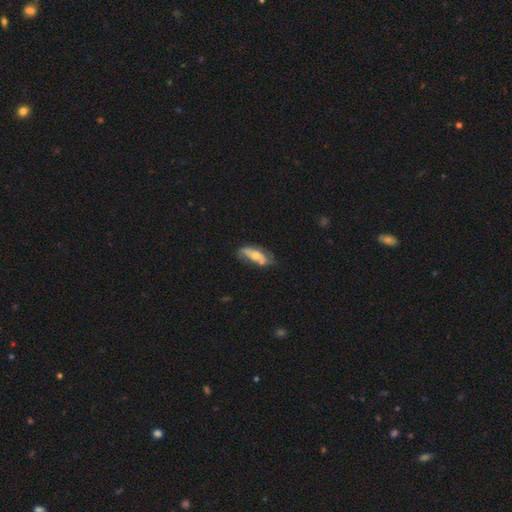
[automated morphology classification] smooth_or_featured: smooth (p=0.51) [alt: featured or disk p=0.42]
how_rounded: in between (p=0.69) [alt: cigar-shaped p=0.28]
merging: none (p=0.46) [alt: minor disturbance p=0.32]